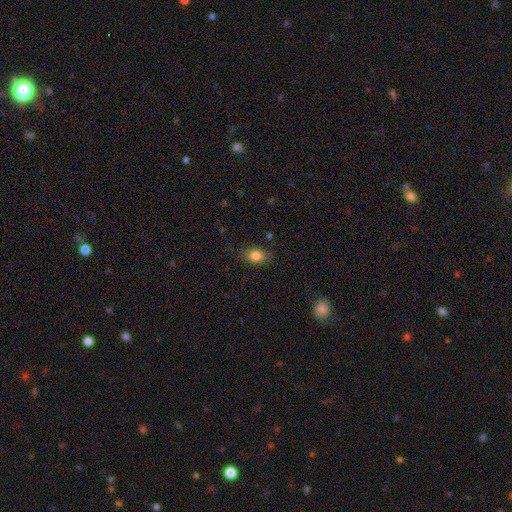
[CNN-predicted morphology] smooth 82%, star or artifact 10%, featured or disk 8%. Down the decision tree: how rounded — in between (77%); merging — none (84%).